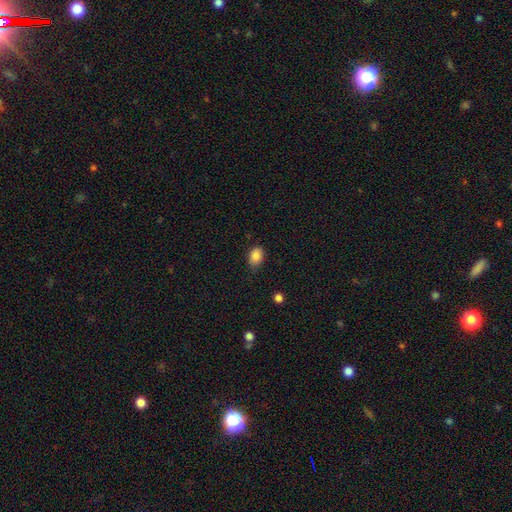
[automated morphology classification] smooth_or_featured: smooth (p=0.86) [alt: star or artifact p=0.09]
how_rounded: in between (p=0.72) [alt: round p=0.27]
merging: none (p=0.73) [alt: minor disturbance p=0.22]